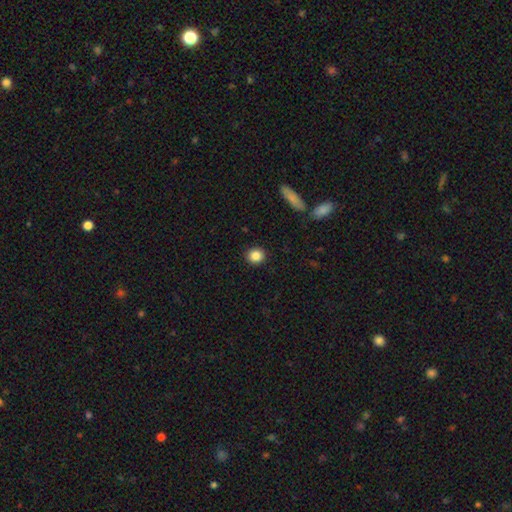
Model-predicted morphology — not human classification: The model was most divided on "how rounded": round: 86%, in between: 13%, cigar-shaped: 1%. More confident: merging — none (92%); smooth or featured — smooth (86%).